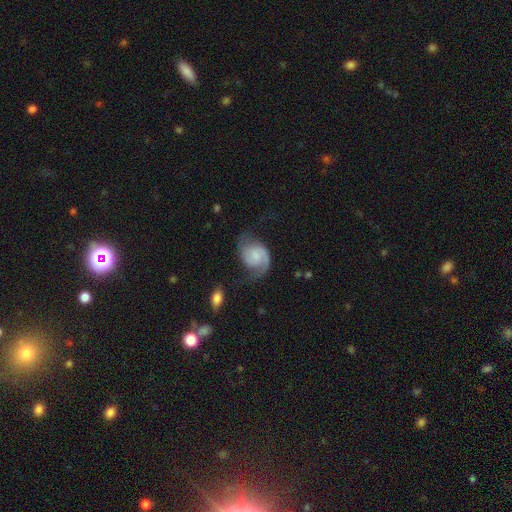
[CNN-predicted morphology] Overall: featured or disk (78%). Edge-on disk: no (98%). Bar: no (56%; weak 38%). Spiral arms: yes (96%). Spiral arm count: 2 (86%). Spiral winding: medium (50%; loose 26%). Bulge size: none (34%; small 31%). Merging: none (58%; minor disturbance 24%).